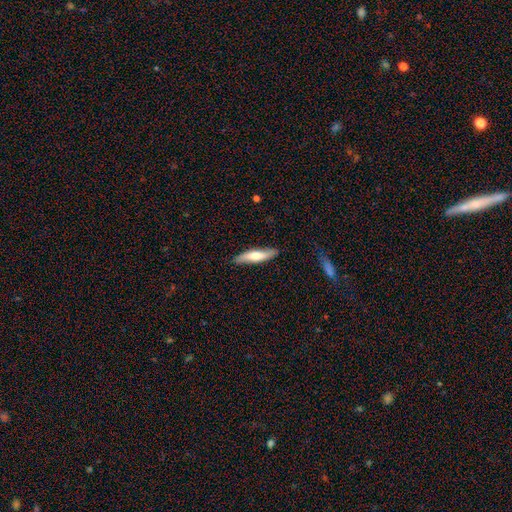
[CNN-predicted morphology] A smooth galaxy with no disk features (61%) that is cigar-shaped (80%). Merging: none (86%).